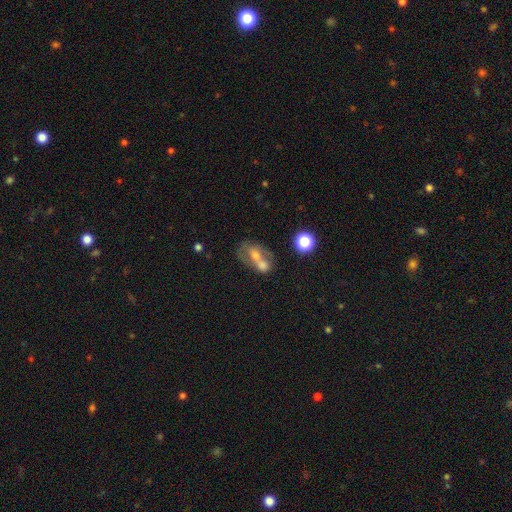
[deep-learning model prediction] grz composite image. It shows a smooth galaxy with no disk features (48%). Merging: merger (60%).